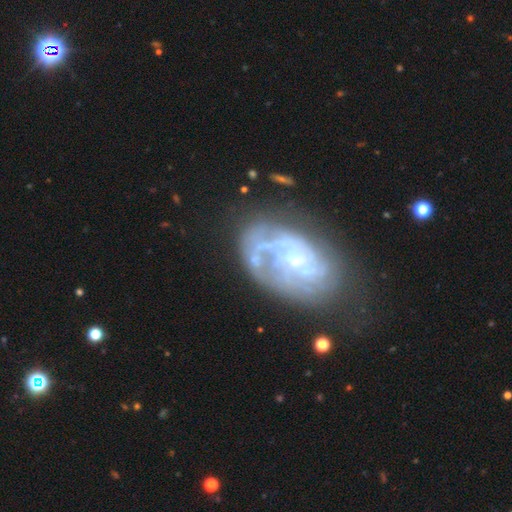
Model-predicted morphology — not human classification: The model was most divided on "spiral winding": tight: 48%, medium: 35%, loose: 18%. Remaining: edge-on disk — no (97%); spiral arms — yes (79%); smooth or featured — featured or disk (78%); bar — no (72%); bulge size — small (71%); merging — none (44%); spiral arm count — can't tell (42%).